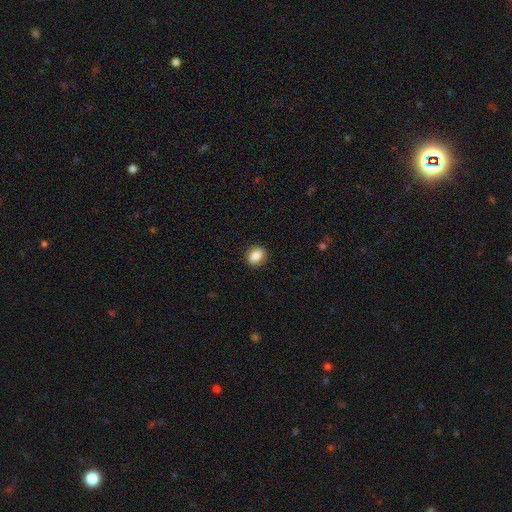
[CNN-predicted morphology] This appears to be a smooth galaxy with no disk features (84%) that is in between round and cigar-shaped (51%). Merging: none (87%).